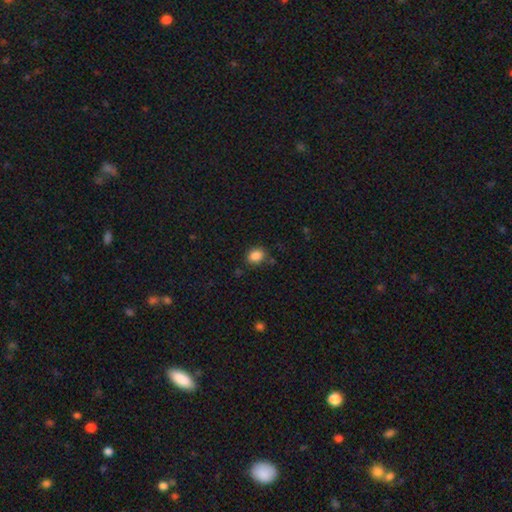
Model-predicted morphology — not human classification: This is clearly a smooth galaxy (87%). How rounded: possibly in between (54%). Merging: clearly none (80%).